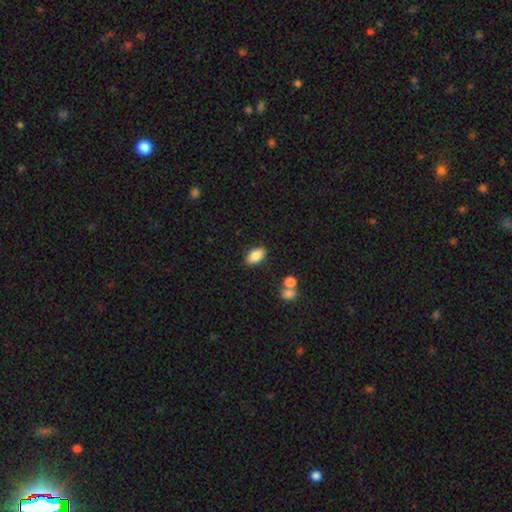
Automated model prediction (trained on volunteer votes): This is clearly a smooth galaxy (85%). How rounded: clearly in between (91%). Merging: clearly none (84%).